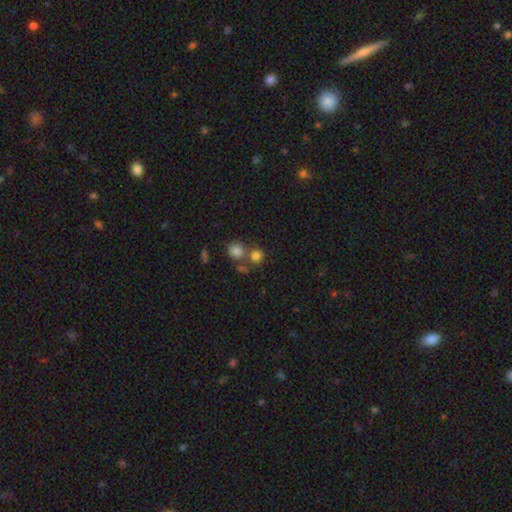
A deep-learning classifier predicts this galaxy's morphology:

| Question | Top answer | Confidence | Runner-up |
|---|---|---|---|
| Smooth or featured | smooth | 78% | star or artifact (14%) |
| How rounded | round | 86% | in between (13%) |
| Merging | none | 53% | merger (34%) |